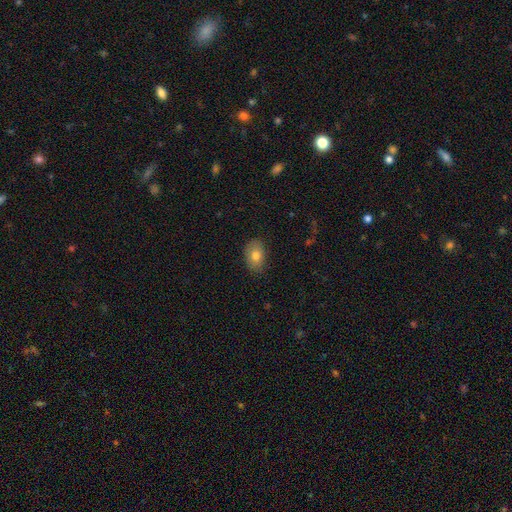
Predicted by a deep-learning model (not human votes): Q: Smooth or featured?
A: smooth (78%); runner-up: featured or disk (14%)
Q: How rounded?
A: in between (84%); runner-up: round (15%)
Q: Merging?
A: none (82%); runner-up: minor disturbance (14%)